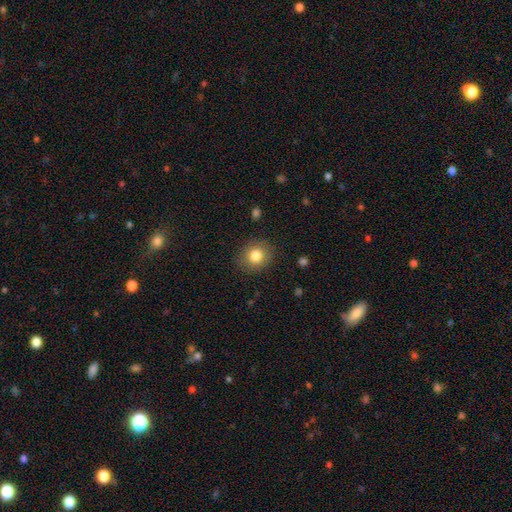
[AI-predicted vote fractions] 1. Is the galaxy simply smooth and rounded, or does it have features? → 82% smooth, 10% star or artifact, 9% featured or disk.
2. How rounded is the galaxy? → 77% round, 22% in between, 1% cigar-shaped.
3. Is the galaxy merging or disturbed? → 87% none, 9% minor disturbance, 3% major disturbance, 1% merger.